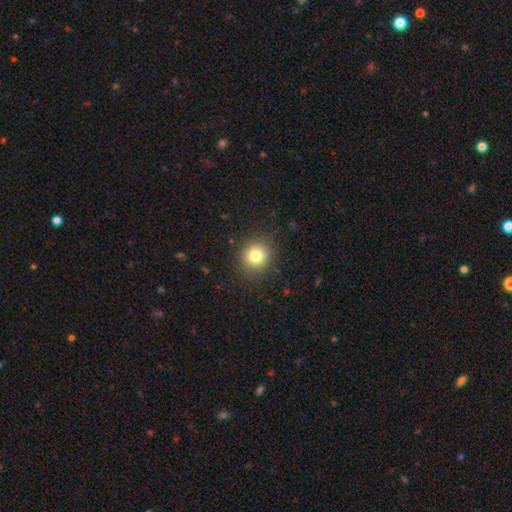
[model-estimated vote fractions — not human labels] Morphology: type=smooth (80%); roundness=round (87%); merging=none (88%).